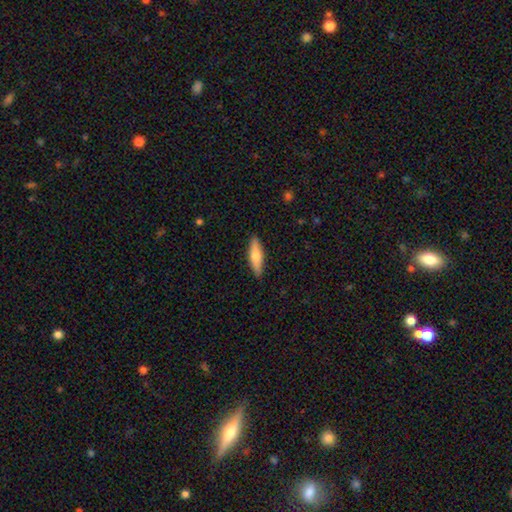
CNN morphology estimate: Smooth or featured?
  - smooth: 64% *
  - featured or disk: 30%
  - star or artifact: 6%
How rounded?
  - cigar-shaped: 65% *
  - in between: 33%
  - round: 2%
Merging?
  - none: 88% *
  - minor disturbance: 9%
  - major disturbance: 2%
  - merger: 1%